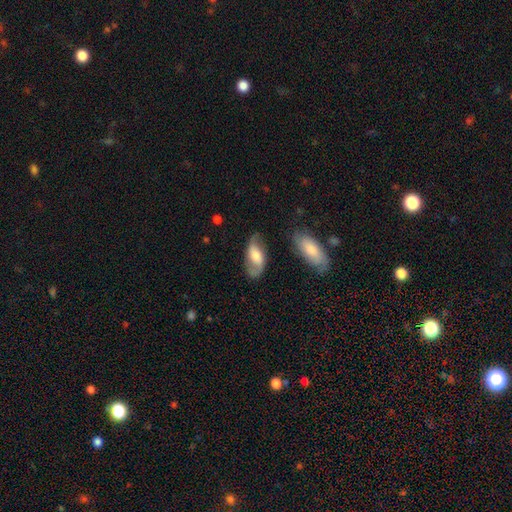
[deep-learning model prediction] This appears to be a featured or disk galaxy (58%) with no bar (46%), spiral arms (87%) and a moderate central bulge (38%). Merging: none (64%).